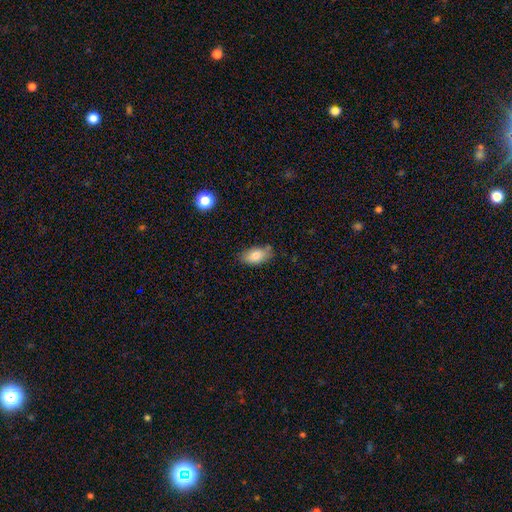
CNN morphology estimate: smooth-or-featured: smooth: 83% | featured or disk: 10% | star or artifact: 8%
  how-rounded: in between: 92% | round: 4% | cigar-shaped: 4%
  merging: none: 73% | minor disturbance: 21% | major disturbance: 3% | merger: 3%